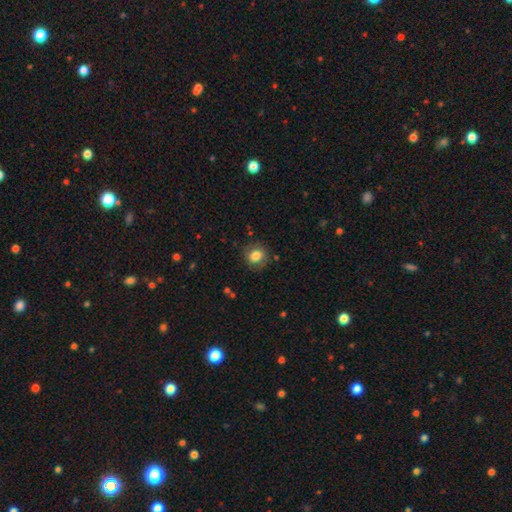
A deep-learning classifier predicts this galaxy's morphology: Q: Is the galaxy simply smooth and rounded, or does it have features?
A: smooth — 79%.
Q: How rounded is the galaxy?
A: round — 75%.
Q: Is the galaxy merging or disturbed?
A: none — 81%.